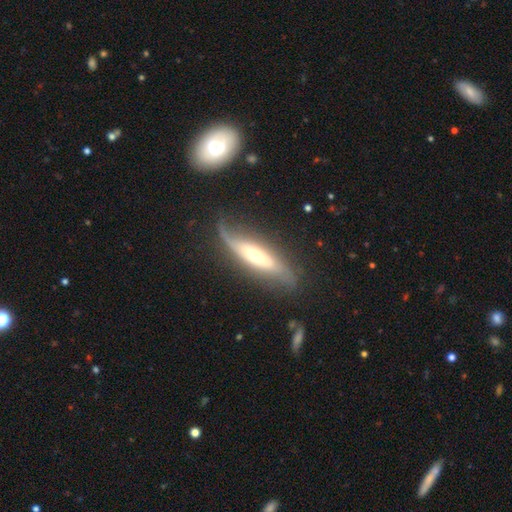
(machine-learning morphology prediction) Overall: featured or disk (66%; smooth 27%). Edge-on disk: no (54%; yes 46%). Merging: none (57%; minor disturbance 25%).